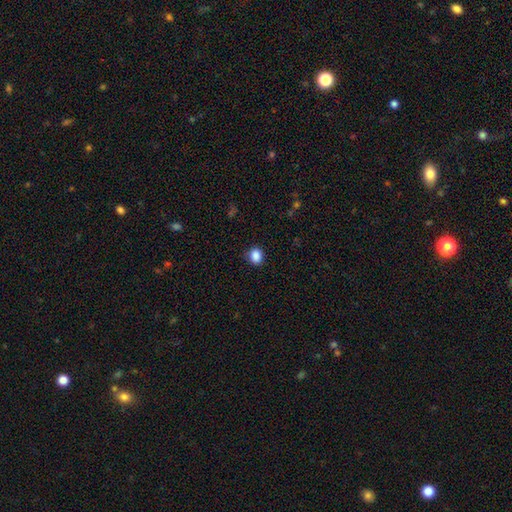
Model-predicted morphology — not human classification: Q: Smooth or featured?
A: smooth (87%); runner-up: star or artifact (10%)
Q: How rounded?
A: round (60%); runner-up: in between (39%)
Q: Merging?
A: none (84%); runner-up: minor disturbance (12%)